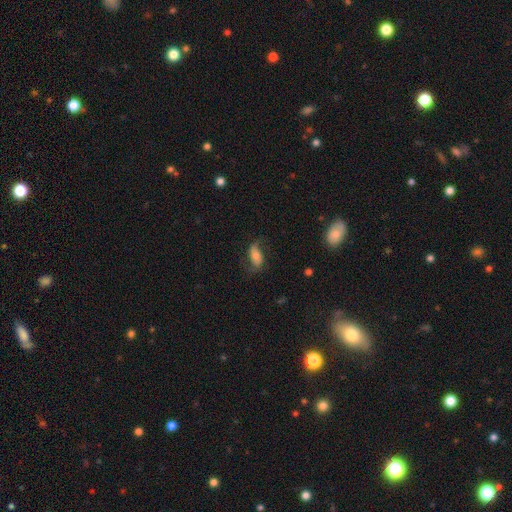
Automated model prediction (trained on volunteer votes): Smooth or featured? featured or disk (46%)
Merging? none (64%)